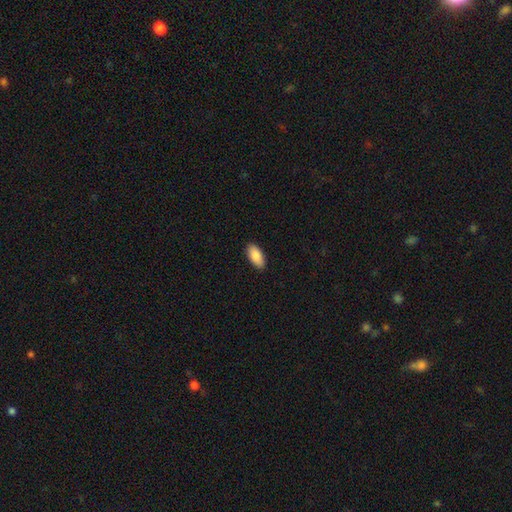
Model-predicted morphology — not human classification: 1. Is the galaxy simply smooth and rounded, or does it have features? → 89% smooth, 6% star or artifact, 6% featured or disk.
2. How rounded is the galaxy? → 92% in between, 6% cigar-shaped, 2% round.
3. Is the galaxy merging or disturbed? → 90% none, 7% minor disturbance, 2% major disturbance, 1% merger.